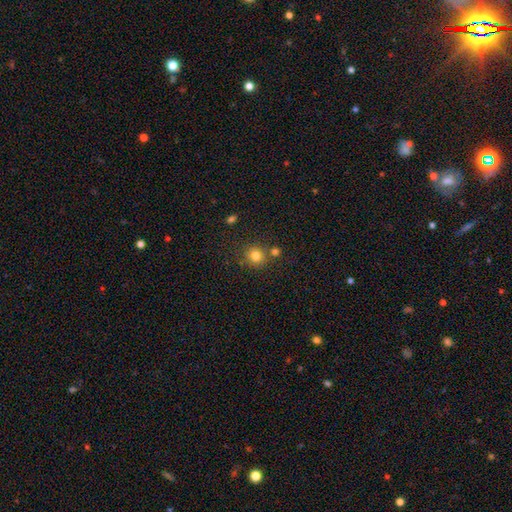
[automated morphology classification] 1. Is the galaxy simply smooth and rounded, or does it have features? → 81% smooth, 13% star or artifact, 6% featured or disk.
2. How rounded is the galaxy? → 90% round, 9% in between, 1% cigar-shaped.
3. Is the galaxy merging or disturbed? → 74% none, 14% merger, 9% minor disturbance, 3% major disturbance.